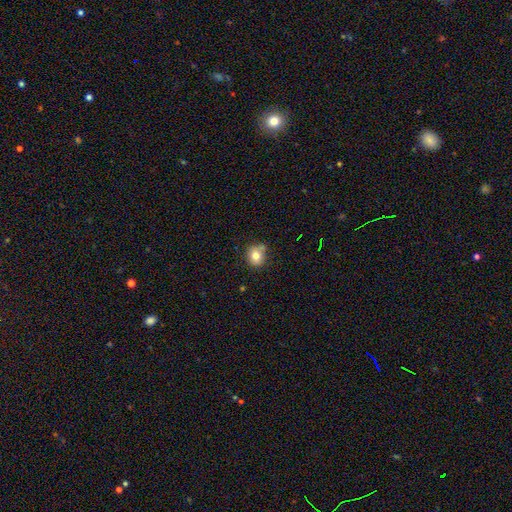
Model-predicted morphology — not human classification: This is likely a smooth galaxy (78%). How rounded: likely round (76%). Merging: likely none (63%).